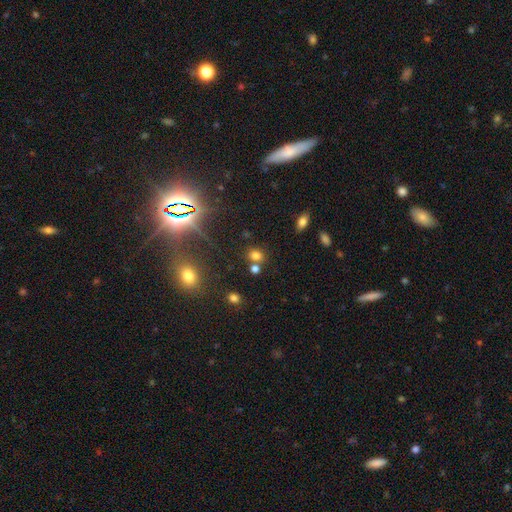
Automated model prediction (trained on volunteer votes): A smooth galaxy with no disk features (69%) that is round (69%). Merging: none (68%).